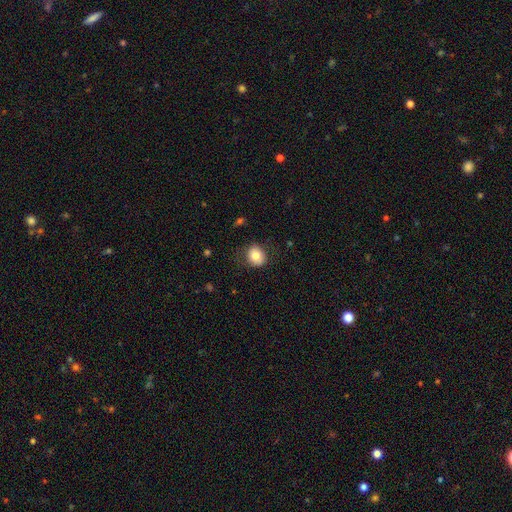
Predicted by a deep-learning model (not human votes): Morphology: type=smooth (78%); roundness=round (71%); merging=none (76%).